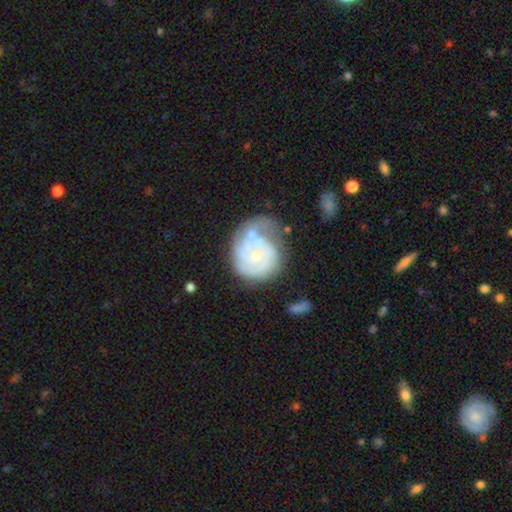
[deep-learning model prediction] This is likely a featured or disk galaxy (72%). It is clearly not viewed edge-on (98%). Bar: likely no (73%). Spiral arm pattern: clearly yes (83%). Spiral arm count: marginally can't tell (36%). Spiral winding: likely tight (64%). Central bulge: likely small (62%). Merging: marginally none (41%).